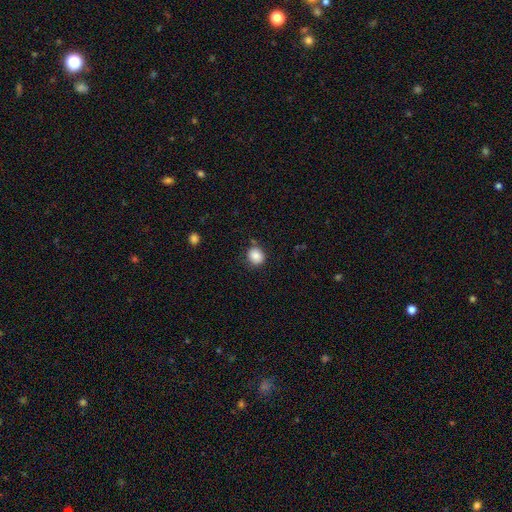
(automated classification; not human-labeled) The model was most divided on "merging": none: 78%, minor disturbance: 15%, major disturbance: 4%, merger: 3%. More confident: smooth or featured — smooth (86%); how rounded — round (81%).